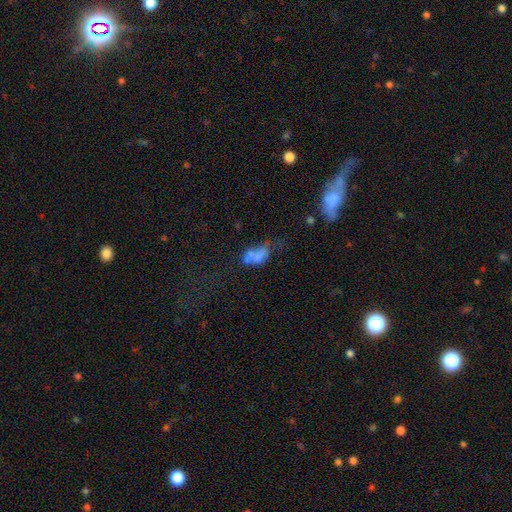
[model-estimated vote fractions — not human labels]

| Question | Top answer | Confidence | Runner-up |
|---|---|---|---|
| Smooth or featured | smooth | 61% | featured or disk (26%) |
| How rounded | in between | 88% | round (8%) |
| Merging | major disturbance | 28% | merger (26%) |